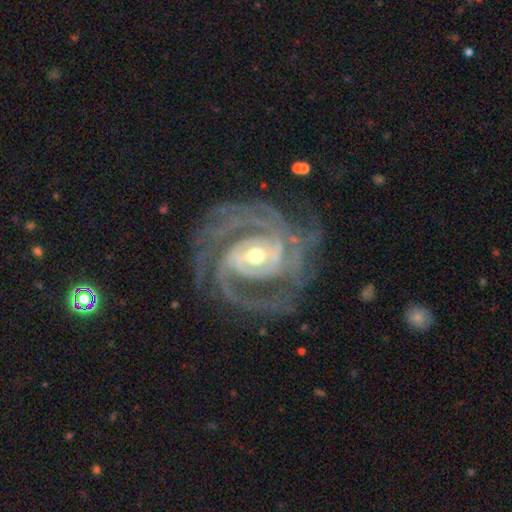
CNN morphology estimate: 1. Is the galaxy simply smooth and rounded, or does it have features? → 92% featured or disk, 5% star or artifact, 3% smooth.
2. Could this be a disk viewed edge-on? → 97% no, 3% yes.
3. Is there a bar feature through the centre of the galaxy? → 38% weak, 36% strong, 26% no.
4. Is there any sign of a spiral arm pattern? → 98% yes, 2% no.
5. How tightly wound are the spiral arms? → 69% tight, 27% medium, 3% loose.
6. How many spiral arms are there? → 34% 3, 27% 2, 14% 4, 12% can't tell, 6% more than 4, 6% 1.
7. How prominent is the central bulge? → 52% moderate, 43% small, 3% large, 1% none, 1% dominant.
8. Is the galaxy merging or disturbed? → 75% none, 15% minor disturbance, 8% major disturbance, 2% merger.